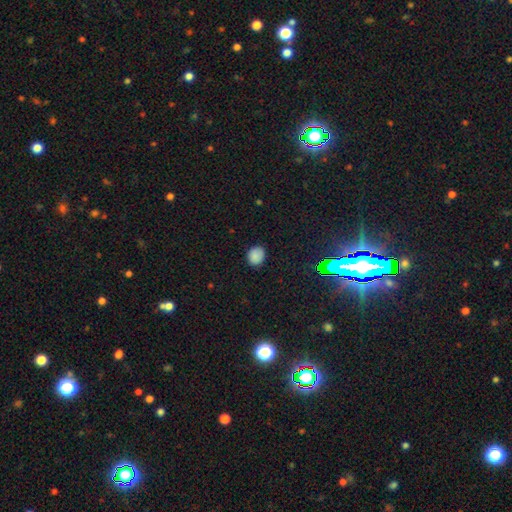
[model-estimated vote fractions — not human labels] Q: Smooth or featured?
A: smooth (84%); runner-up: star or artifact (11%)
Q: How rounded?
A: round (69%); runner-up: in between (30%)
Q: Merging?
A: none (85%); runner-up: minor disturbance (12%)